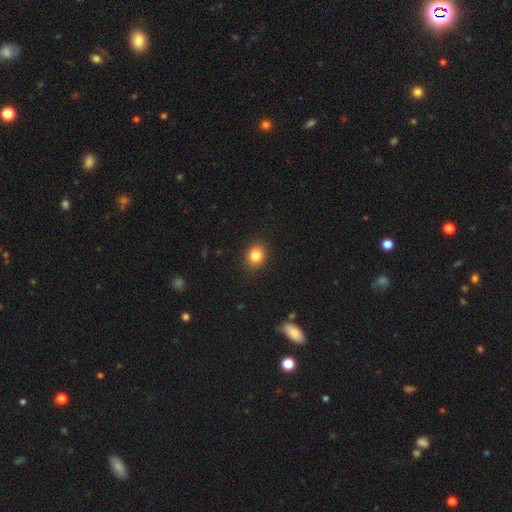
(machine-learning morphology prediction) A smooth galaxy with no disk features (83%) that is round (65%).

Vote fractions:
- Smooth or featured? smooth: 83% / star or artifact: 11% / featured or disk: 6%
- How rounded? round: 65% / in between: 34% / cigar-shaped: 1%
- Merging? none: 88% / minor disturbance: 9% / major disturbance: 2% / merger: 1%